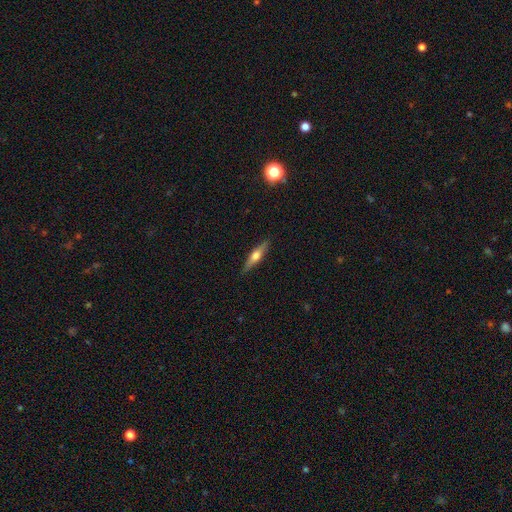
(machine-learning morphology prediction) featured or disk 56%, smooth 38%, star or artifact 6%. Down the decision tree: edge-on disk — yes (95%); edge-on bulge — rounded (92%); merging — none (89%).